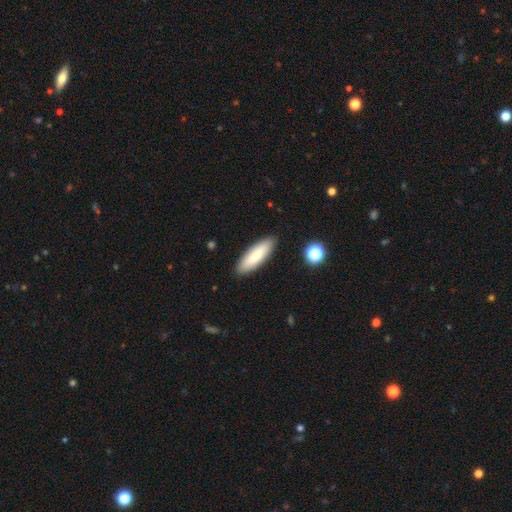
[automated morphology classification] This is clearly a smooth galaxy (84%). How rounded: possibly cigar-shaped (55%). Merging: clearly none (89%).